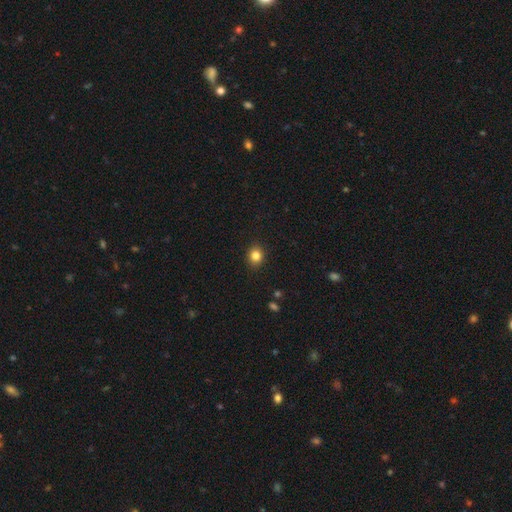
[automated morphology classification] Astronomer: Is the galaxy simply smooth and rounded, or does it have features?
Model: smooth — 84%.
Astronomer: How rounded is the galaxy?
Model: round — 71%.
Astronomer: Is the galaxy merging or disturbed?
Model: none — 90%.